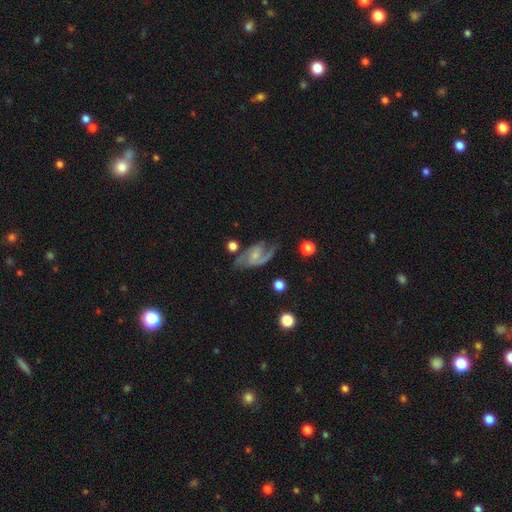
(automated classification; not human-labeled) smooth_or_featured: featured or disk (p=0.82) [alt: smooth p=0.12]
disk_edge_on: no (p=0.96) [alt: yes p=0.04]
bar: no (p=0.55) [alt: weak p=0.37]
has_spiral_arms: yes (p=0.95) [alt: no p=0.05]
spiral_winding: medium (p=0.49) [alt: loose p=0.34]
spiral_arm_count: 2 (p=0.80) [alt: 1 p=0.09]
bulge_size: small (p=0.64) [alt: moderate p=0.25]
merging: none (p=0.56) [alt: minor disturbance p=0.23]